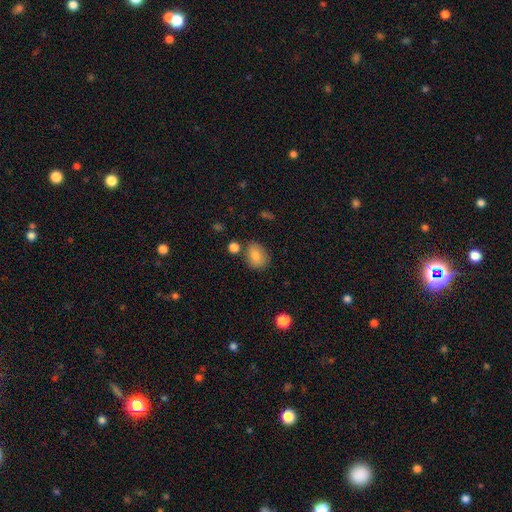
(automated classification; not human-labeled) A smooth galaxy with no disk features (83%) that is in between round and cigar-shaped (60%).

Vote fractions:
- Smooth or featured? smooth: 83% / featured or disk: 9% / star or artifact: 9%
- How rounded? in between: 60% / round: 39% / cigar-shaped: 1%
- Merging? none: 72% / minor disturbance: 16% / merger: 7% / major disturbance: 5%